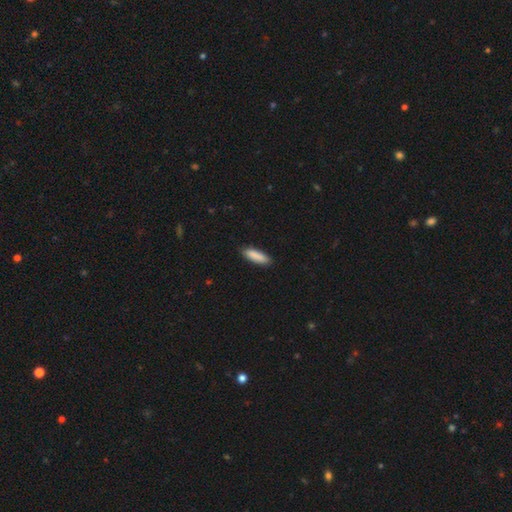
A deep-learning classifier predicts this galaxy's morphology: A smooth galaxy with no disk features (89%) that is cigar-shaped (56%).

Vote fractions:
- Smooth or featured? smooth: 89% / star or artifact: 6% / featured or disk: 5%
- How rounded? cigar-shaped: 56% / in between: 42% / round: 1%
- Merging? none: 87% / minor disturbance: 10% / major disturbance: 2% / merger: 1%